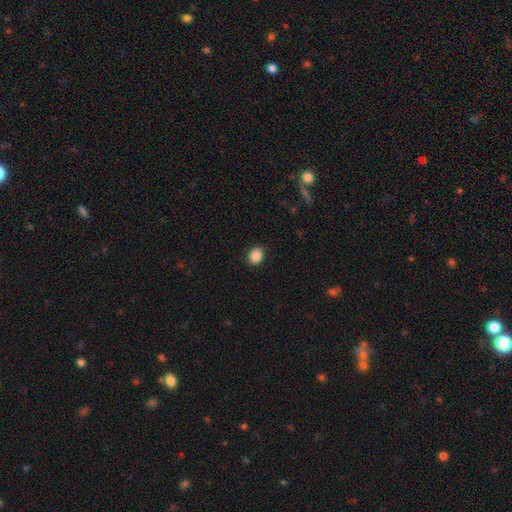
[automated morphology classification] The model was most divided on "how rounded": round: 55%, in between: 44%, cigar-shaped: 1%. More confident: merging — none (87%); smooth or featured — smooth (87%).